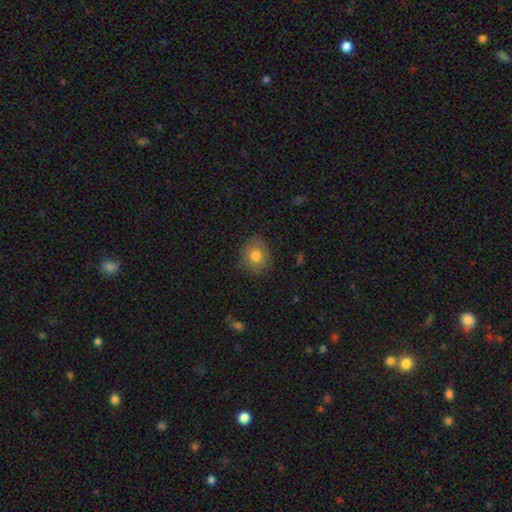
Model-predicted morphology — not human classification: A smooth galaxy with no disk features (78%) that is round (66%). Merging: none (80%).